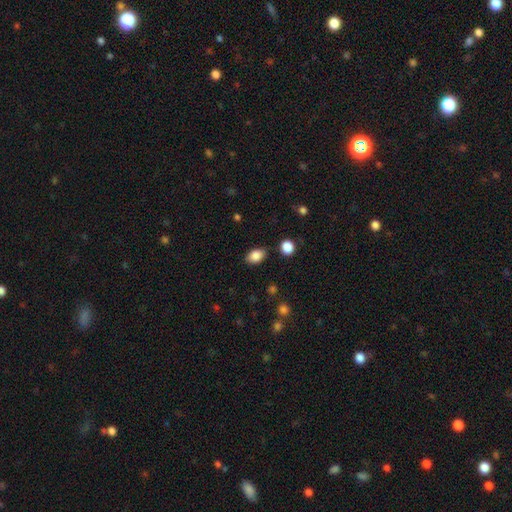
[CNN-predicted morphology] This is clearly a smooth galaxy (86%). How rounded: clearly in between (85%). Merging: clearly none (83%).